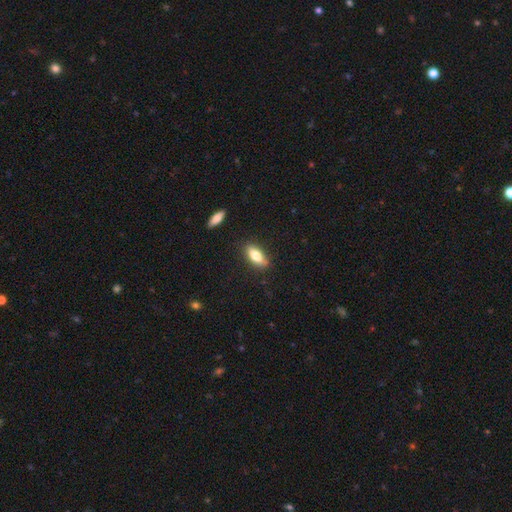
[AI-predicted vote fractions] The model was most divided on "smooth or featured": smooth: 75%, featured or disk: 18%, star or artifact: 7%. More confident: merging — none (82%); how rounded — in between (77%).